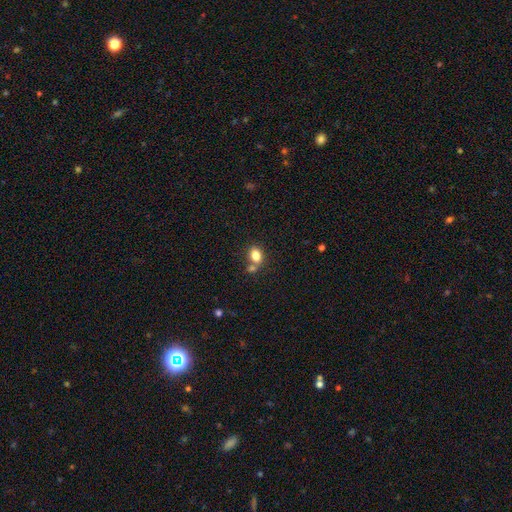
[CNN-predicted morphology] Smooth or featured: smooth — 81% (star or artifact — 10%)
How rounded: in between — 74% (round — 25%)
Merging: none — 50% (merger — 33%)